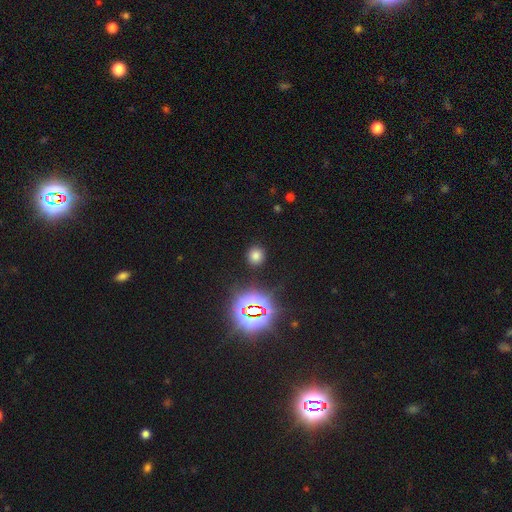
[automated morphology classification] This is likely a smooth galaxy (70%). How rounded: clearly round (86%). Merging: clearly none (88%).